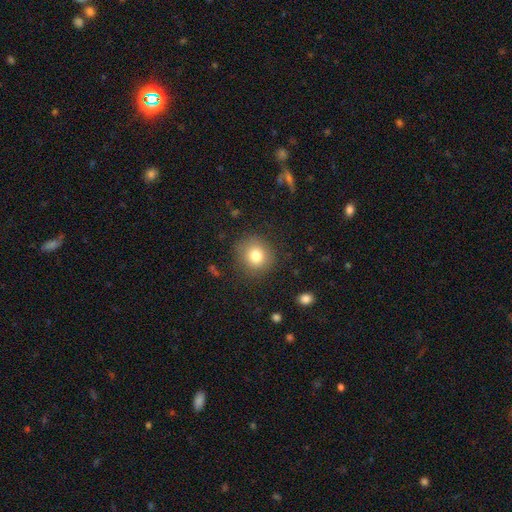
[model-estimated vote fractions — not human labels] This is likely a smooth galaxy (80%). How rounded: clearly round (87%). Merging: clearly none (86%).